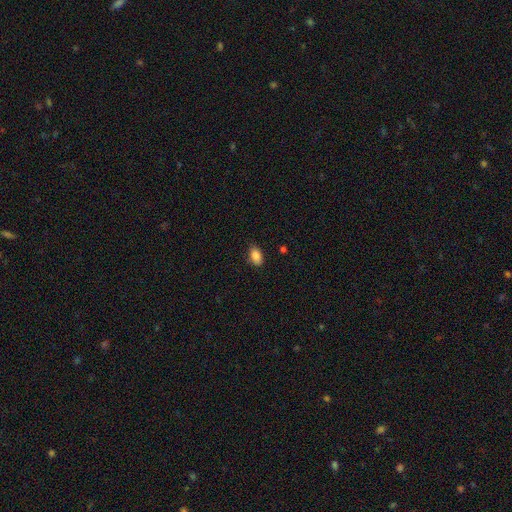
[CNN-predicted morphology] smooth-or-featured: smooth: 87% | star or artifact: 8% | featured or disk: 5%
  how-rounded: in between: 90% | round: 8% | cigar-shaped: 2%
  merging: none: 83% | minor disturbance: 13% | major disturbance: 2% | merger: 1%